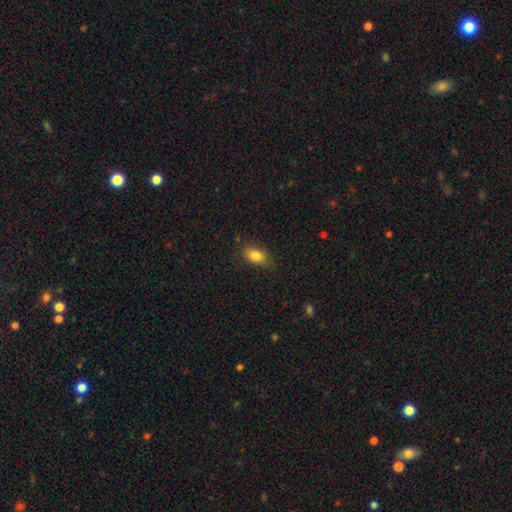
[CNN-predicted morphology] Smooth or featured? smooth (83%)
How rounded? in between (86%)
Merging? none (80%)